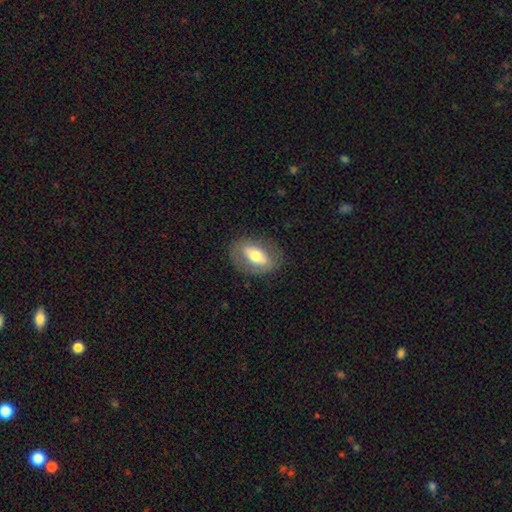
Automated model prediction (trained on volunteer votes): The model was most divided on "smooth or featured": smooth: 53%, featured or disk: 40%, star or artifact: 7%. More confident: how rounded — in between (84%); merging — none (78%).